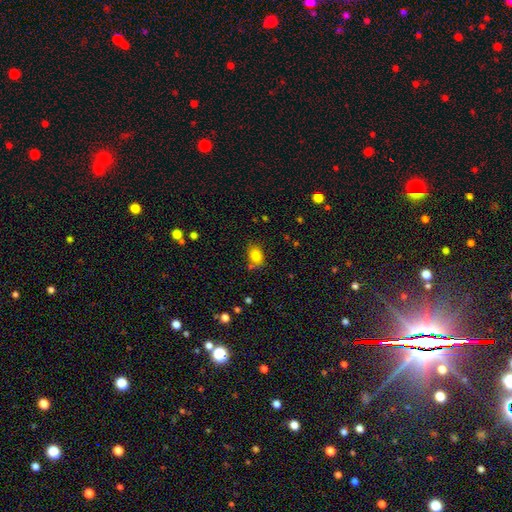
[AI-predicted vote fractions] smooth 82%, star or artifact 11%, featured or disk 7%. Down the decision tree: how rounded — in between (68%); merging — none (74%).